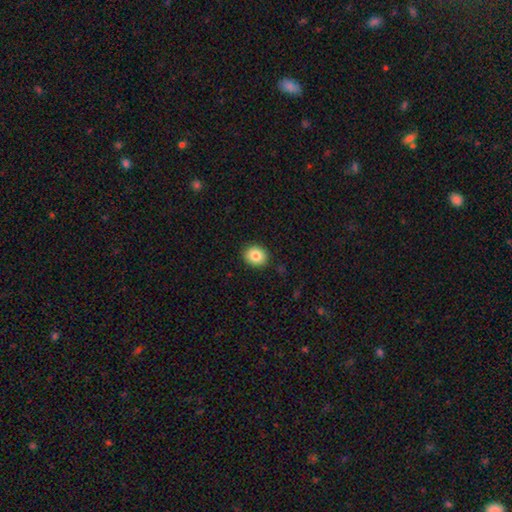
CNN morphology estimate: Q: Smooth or featured?
A: smooth (84%); runner-up: star or artifact (9%)
Q: How rounded?
A: round (70%); runner-up: in between (29%)
Q: Merging?
A: none (90%); runner-up: minor disturbance (7%)